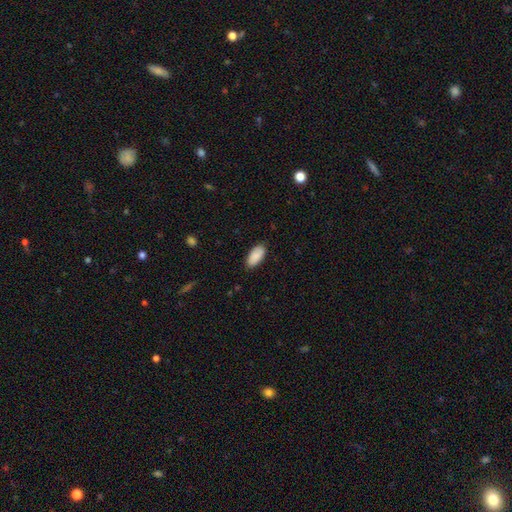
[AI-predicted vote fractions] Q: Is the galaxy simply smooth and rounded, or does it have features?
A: smooth — 89%.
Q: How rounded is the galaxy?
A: in between — 93%.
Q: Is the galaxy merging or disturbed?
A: none — 86%.